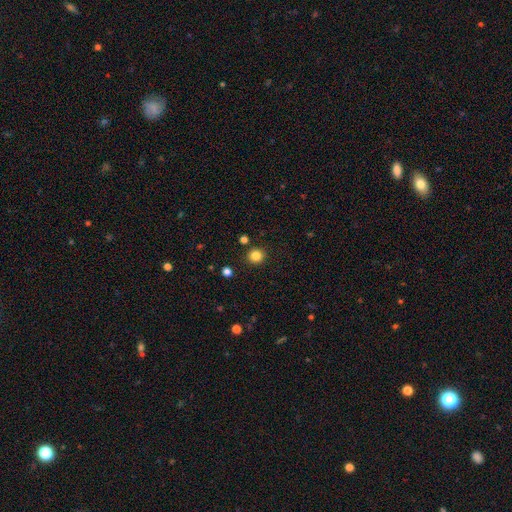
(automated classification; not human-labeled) Overall: smooth (84%). How rounded: round (92%). Merging: none (89%).